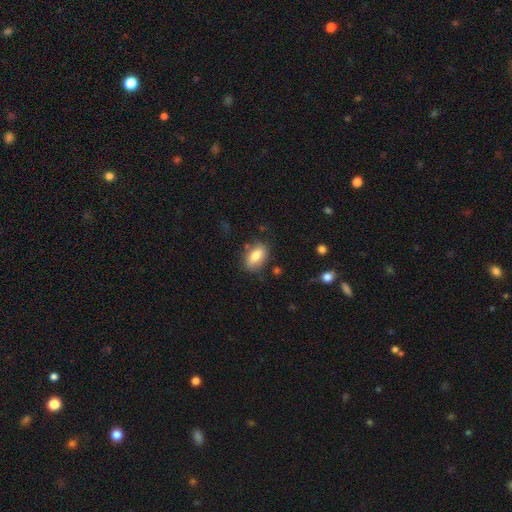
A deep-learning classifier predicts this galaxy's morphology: Q: Smooth or featured?
A: smooth (80%); runner-up: featured or disk (13%)
Q: How rounded?
A: in between (88%); runner-up: round (8%)
Q: Merging?
A: none (74%); runner-up: minor disturbance (18%)